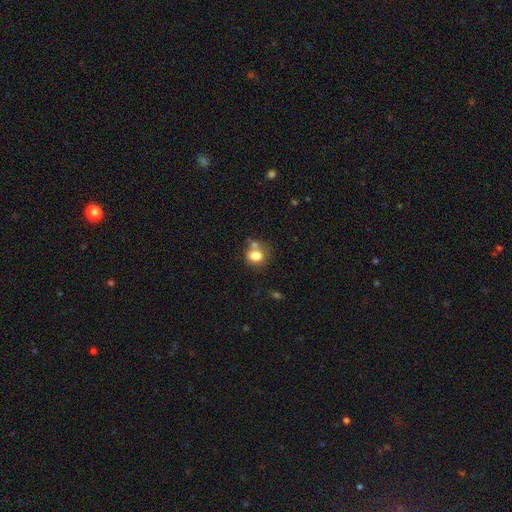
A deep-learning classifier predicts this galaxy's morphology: Smooth or featured: smooth — 79% (featured or disk — 11%)
How rounded: round — 58% (in between — 41%)
Merging: none — 50% (merger — 26%)